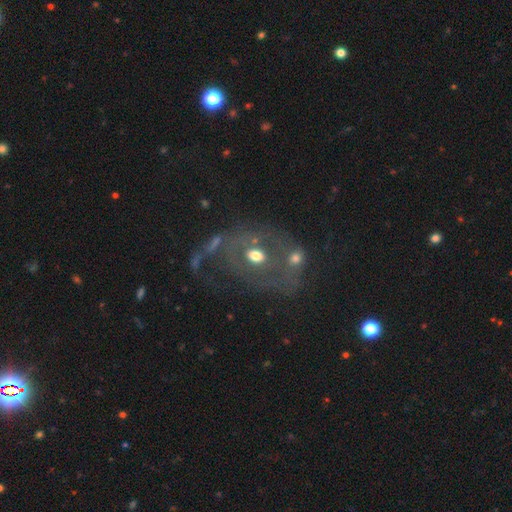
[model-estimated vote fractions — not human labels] This is possibly a featured or disk galaxy (48%). Merging: marginally none (44%).